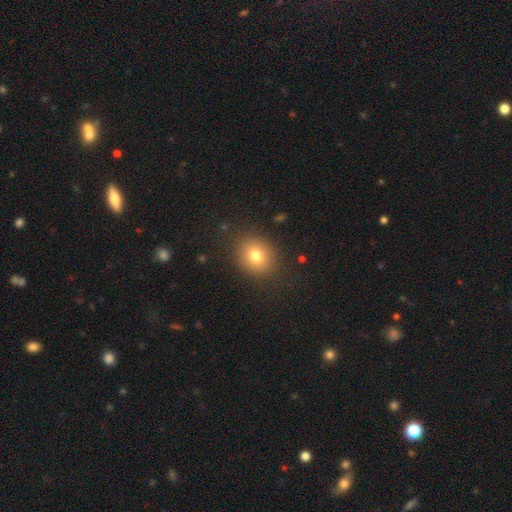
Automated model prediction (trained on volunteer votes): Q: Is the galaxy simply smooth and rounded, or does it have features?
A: smooth — 77%.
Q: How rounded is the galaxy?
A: round — 67%.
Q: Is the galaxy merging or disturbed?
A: none — 86%.